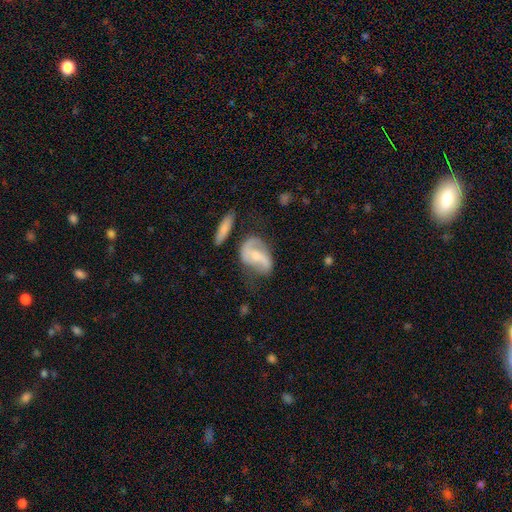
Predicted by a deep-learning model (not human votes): smooth-or-featured: featured or disk: 71% | smooth: 23% | star or artifact: 6%
  disk-edge-on: no: 96% | yes: 4%
    bar: weak: 41% | no: 40% | strong: 19%
    has-spiral-arms: yes: 89% | no: 11%
      spiral-winding: loose: 42% (tied) | medium: 42% (tied) | tight: 16%
      spiral-arm-count: 2: 81% | can't tell: 8% | 1: 7% | 3: 2% | 4: 1% | more than 4: 1%
    bulge-size: small: 48% | moderate: 35% | none: 12% | large: 3% | dominant: 1%
  merging: none: 45% | minor disturbance: 27% | major disturbance: 20% | merger: 8%